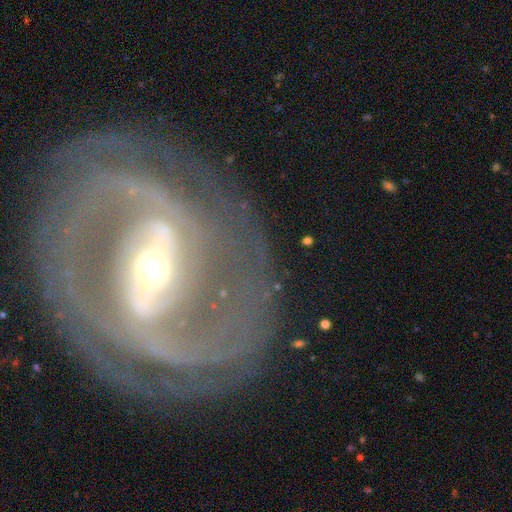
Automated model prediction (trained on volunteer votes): A featured or disk galaxy (89%) with a strong bar (66%), 2 (60%) tight (55%) spiral arms (93%) and a moderate central bulge (53%). Merging: none (79%).